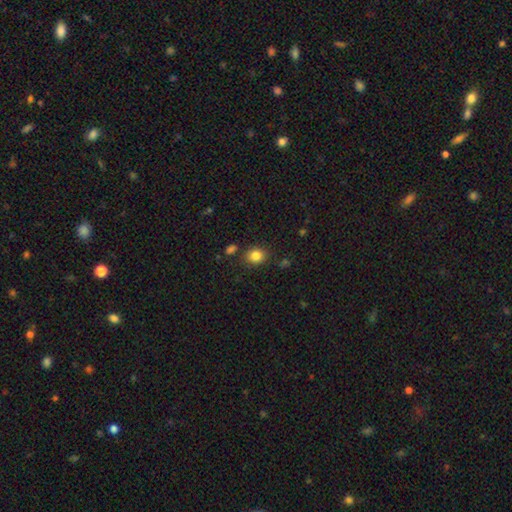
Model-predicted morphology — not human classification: smooth-or-featured: smooth: 84% | star or artifact: 11% | featured or disk: 5%
  how-rounded: round: 66% | in between: 33% | cigar-shaped: 1%
  merging: none: 82% | minor disturbance: 10% | merger: 4% | major disturbance: 3%